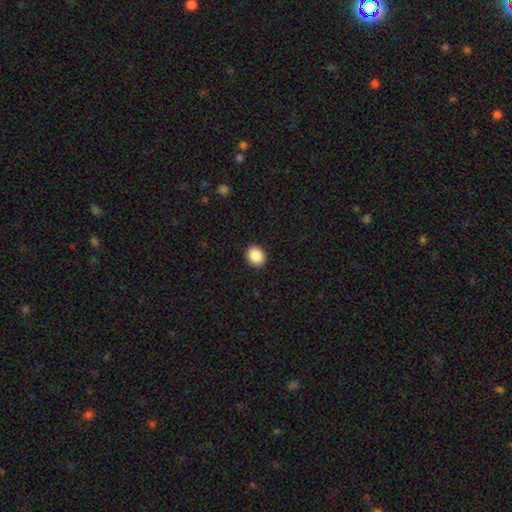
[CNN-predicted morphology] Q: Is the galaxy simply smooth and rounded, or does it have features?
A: smooth — 88%.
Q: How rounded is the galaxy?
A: round — 58%.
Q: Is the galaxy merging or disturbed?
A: none — 92%.